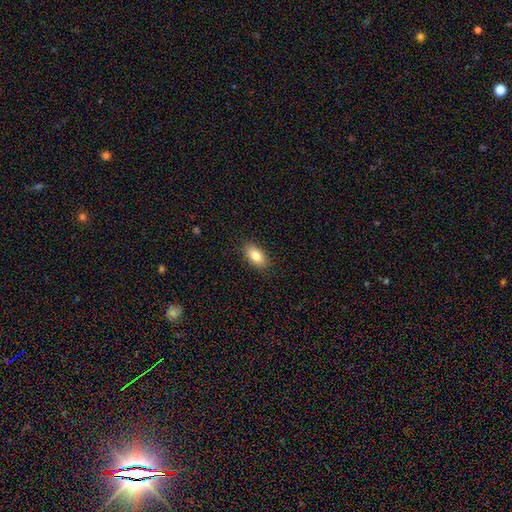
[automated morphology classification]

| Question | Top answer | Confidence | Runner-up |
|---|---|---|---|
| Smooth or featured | smooth | 81% | featured or disk (11%) |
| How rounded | in between | 91% | round (5%) |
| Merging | none | 88% | minor disturbance (9%) |